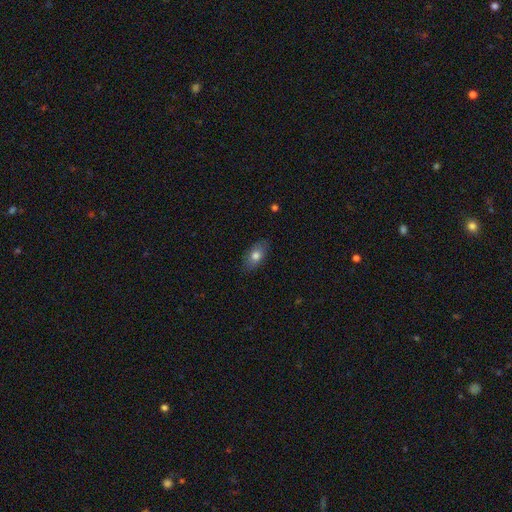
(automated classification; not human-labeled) A smooth galaxy with no disk features (76%) that is in between round and cigar-shaped (88%).

Vote fractions:
- Smooth or featured? smooth: 76% / featured or disk: 17% / star or artifact: 8%
- How rounded? in between: 88% / round: 7% / cigar-shaped: 5%
- Merging? none: 85% / minor disturbance: 11% / major disturbance: 2% / merger: 1%